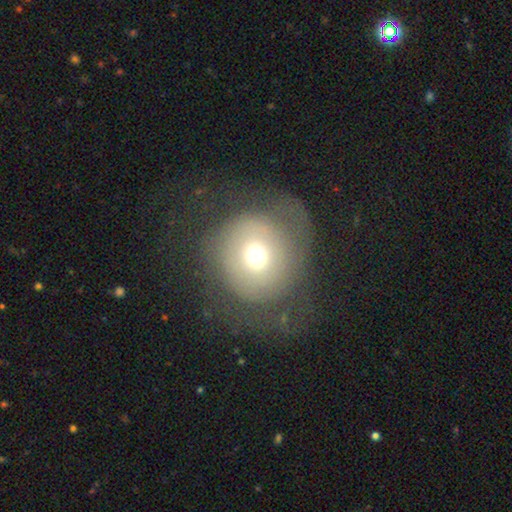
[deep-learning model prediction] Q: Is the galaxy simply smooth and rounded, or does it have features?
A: smooth — 60%.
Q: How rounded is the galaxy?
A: round — 90%.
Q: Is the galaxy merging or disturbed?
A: none — 50%.